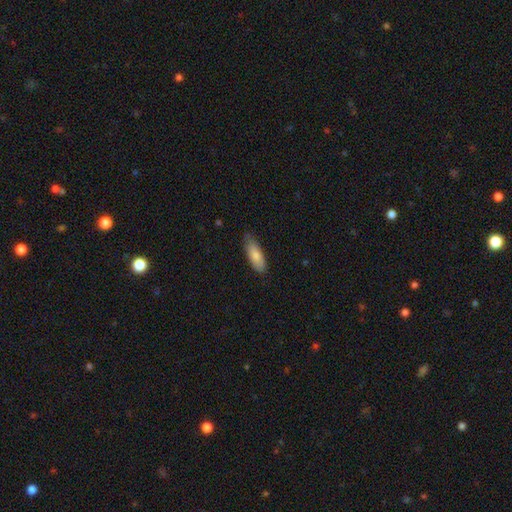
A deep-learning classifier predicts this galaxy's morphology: type=smooth (81%); roundness=in between (65%); merging=none (75%).